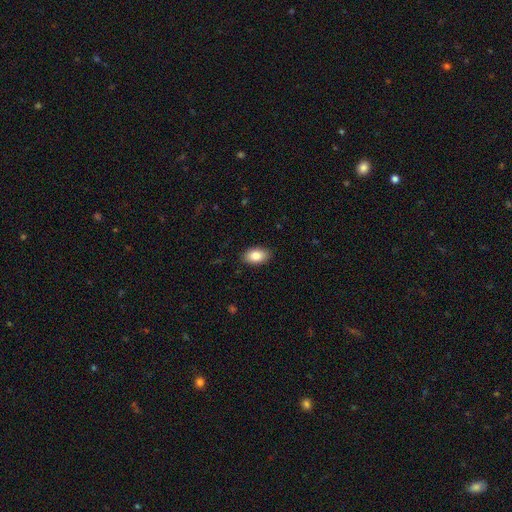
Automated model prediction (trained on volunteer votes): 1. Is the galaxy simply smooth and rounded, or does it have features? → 84% smooth, 9% featured or disk, 7% star or artifact.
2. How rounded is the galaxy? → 91% in between, 7% round, 2% cigar-shaped.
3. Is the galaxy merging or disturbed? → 88% none, 9% minor disturbance, 2% major disturbance, 1% merger.